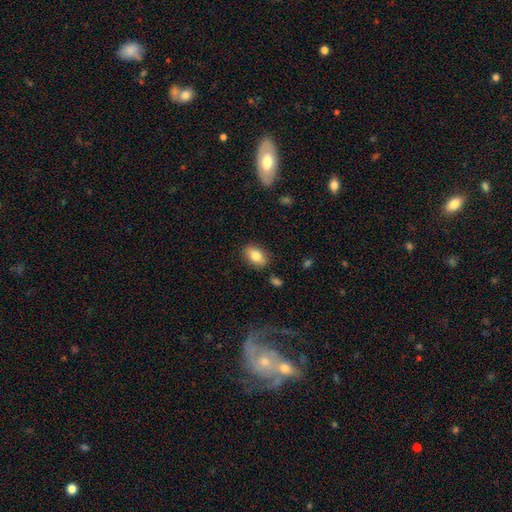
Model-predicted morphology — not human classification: smooth 78%, featured or disk 14%, star or artifact 8%. Down the decision tree: how rounded — in between (84%); merging — none (83%).